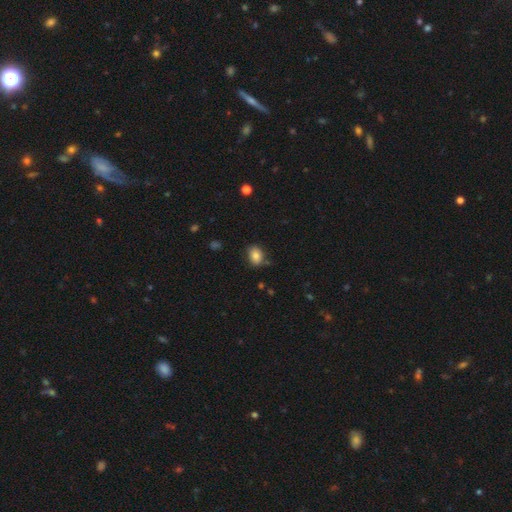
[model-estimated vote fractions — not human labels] smooth_or_featured: smooth (p=0.83) [alt: star or artifact p=0.09]
how_rounded: in between (p=0.66) [alt: round p=0.33]
merging: none (p=0.80) [alt: minor disturbance p=0.14]